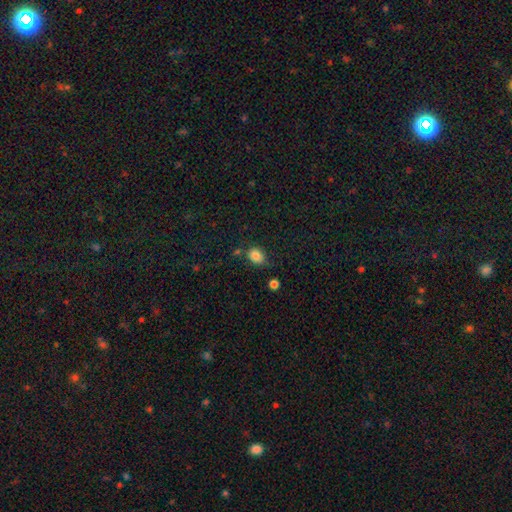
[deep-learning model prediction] Smooth or featured?
  - smooth: 84% *
  - star or artifact: 10%
  - featured or disk: 5%
How rounded?
  - in between: 58% *
  - round: 41%
  - cigar-shaped: 1%
Merging?
  - none: 64% *
  - minor disturbance: 24%
  - merger: 6%
  - major disturbance: 6%